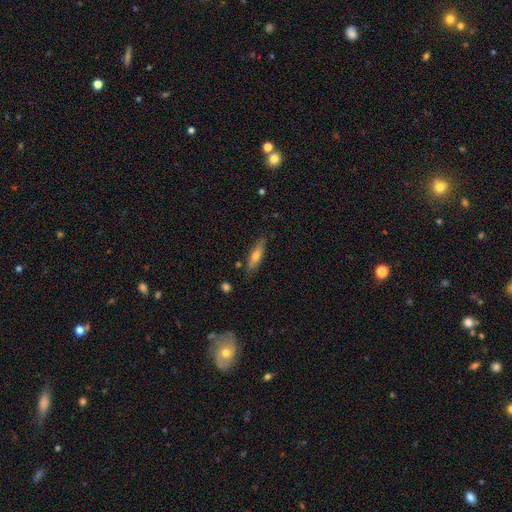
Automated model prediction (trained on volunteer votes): smooth-or-featured: smooth: 53% | featured or disk: 41% | star or artifact: 7%
  how-rounded: cigar-shaped: 73% | in between: 25% | round: 2%
  merging: none: 83% | minor disturbance: 13% | major disturbance: 2% | merger: 2%